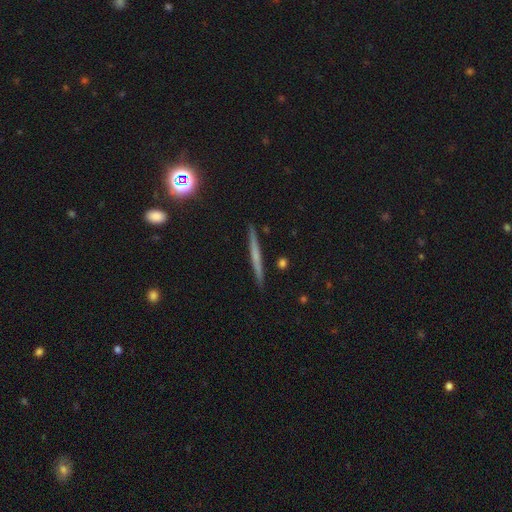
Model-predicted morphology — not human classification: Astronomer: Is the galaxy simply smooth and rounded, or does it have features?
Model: featured or disk — 49% (runner-up: smooth, 42%).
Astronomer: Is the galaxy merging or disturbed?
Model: none — 91%.